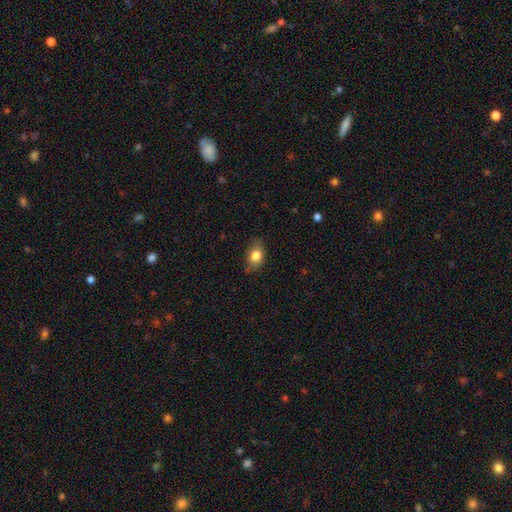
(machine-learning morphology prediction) Smooth or featured?
  - smooth: 81% *
  - featured or disk: 12%
  - star or artifact: 8%
How rounded?
  - in between: 81% *
  - round: 17%
  - cigar-shaped: 2%
Merging?
  - none: 74% *
  - minor disturbance: 21%
  - major disturbance: 4%
  - merger: 1%